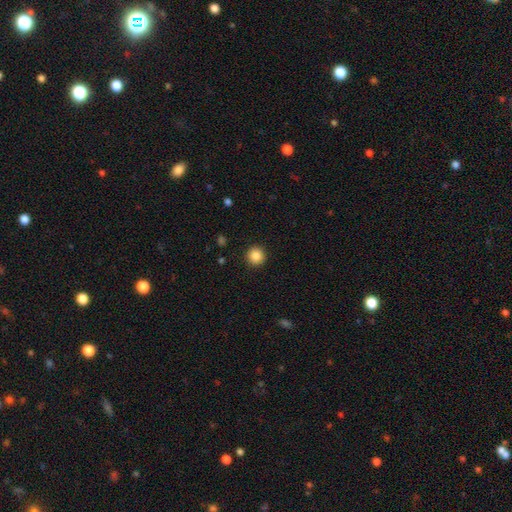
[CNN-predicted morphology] Overall: smooth (87%). How rounded: round (95%). Merging: none (92%).